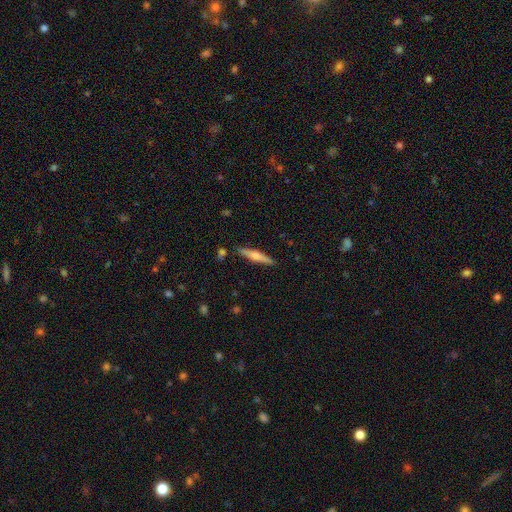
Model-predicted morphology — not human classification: smooth-or-featured: featured or disk: 49% | smooth: 45% | star or artifact: 6%
  merging: none: 87% | minor disturbance: 9% | merger: 2% | major disturbance: 2%